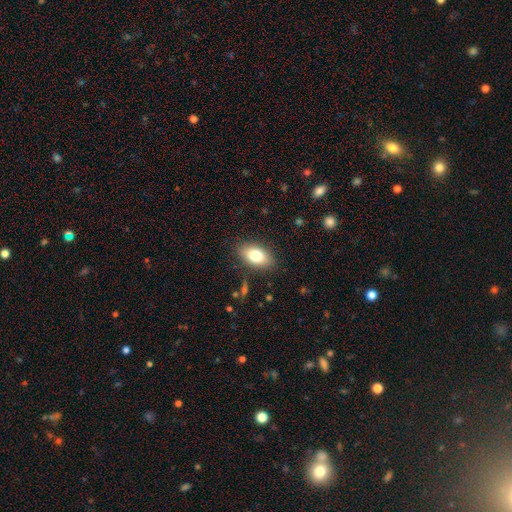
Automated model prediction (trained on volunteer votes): Smooth or featured? smooth (78%)
How rounded? in between (89%)
Merging? none (84%)